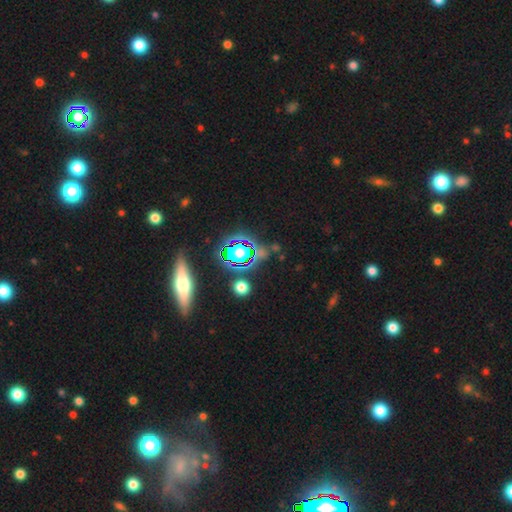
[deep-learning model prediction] smooth_or_featured: star or artifact (p=0.62) [alt: smooth p=0.23]